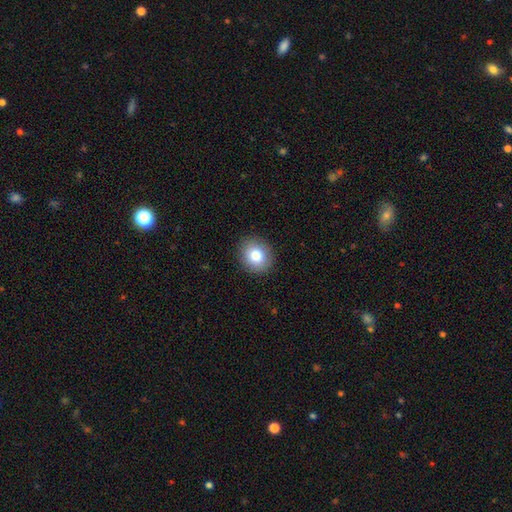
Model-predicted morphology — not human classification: A smooth galaxy with no disk features (79%) that is round (75%).

Vote fractions:
- Smooth or featured? smooth: 79% / featured or disk: 11% / star or artifact: 10%
- How rounded? round: 75% / in between: 24% / cigar-shaped: 1%
- Merging? none: 90% / minor disturbance: 7% / major disturbance: 2% / merger: 1%